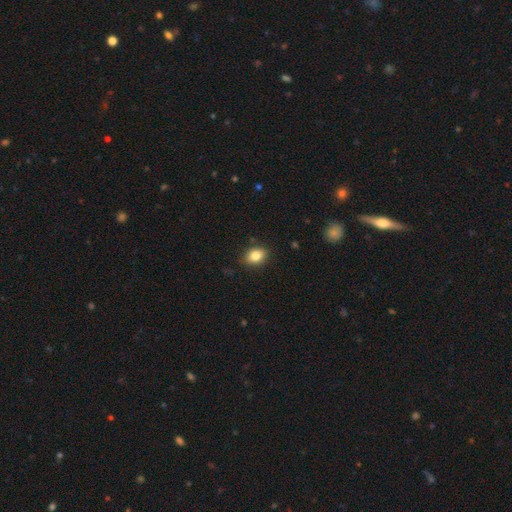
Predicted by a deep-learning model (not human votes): smooth_or_featured: smooth (p=0.83) [alt: star or artifact p=0.09]
how_rounded: in between (p=0.73) [alt: round p=0.25]
merging: none (p=0.86) [alt: minor disturbance p=0.11]